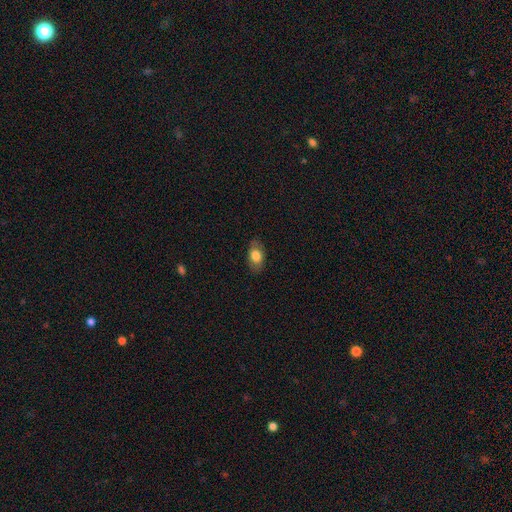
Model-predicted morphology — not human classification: smooth-or-featured: smooth: 78% | featured or disk: 15% | star or artifact: 7%
  how-rounded: in between: 88% | round: 9% | cigar-shaped: 2%
  merging: none: 83% | minor disturbance: 13% | major disturbance: 3% | merger: 1%